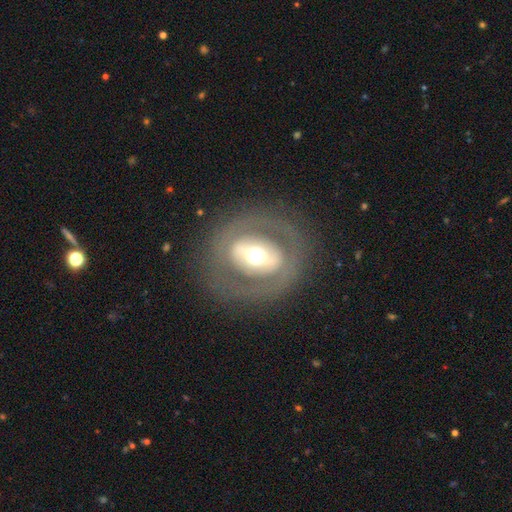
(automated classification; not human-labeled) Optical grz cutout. It shows a featured or disk galaxy (58%) with no bar (41%), no spiral arms (87%) and a moderate central bulge (57%). Merging: none (78%).